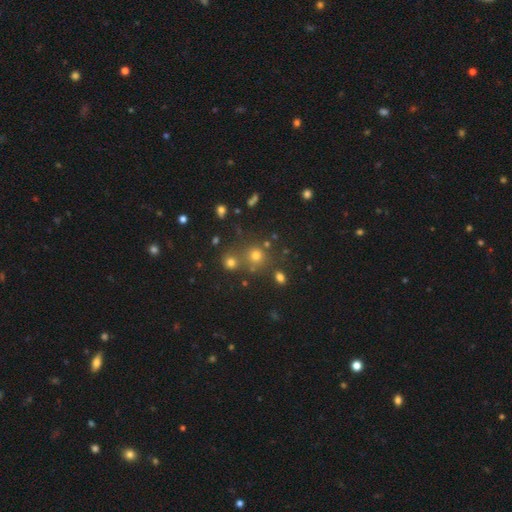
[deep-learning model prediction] Q: Smooth or featured?
A: smooth (62%); runner-up: star or artifact (28%)
Q: How rounded?
A: round (89%); runner-up: in between (10%)
Q: Merging?
A: none (69%); runner-up: merger (19%)